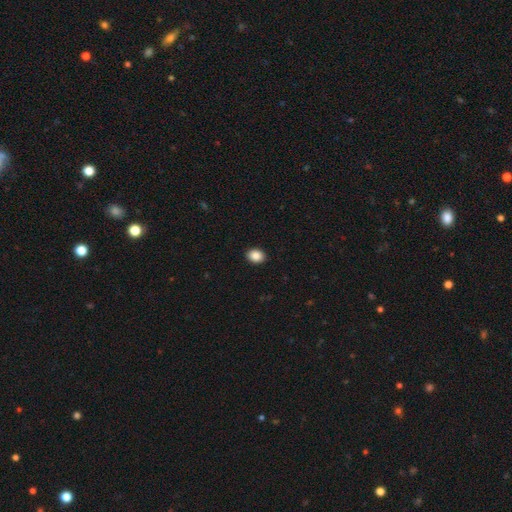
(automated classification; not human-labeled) Smooth or featured: smooth — 88% (star or artifact — 9%)
How rounded: in between — 54% (round — 45%)
Merging: none — 92% (minor disturbance — 6%)